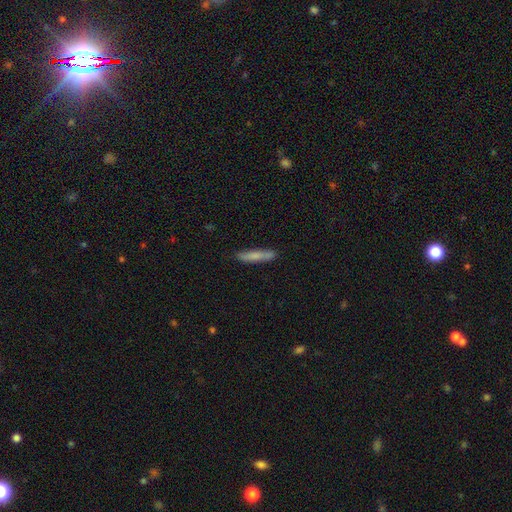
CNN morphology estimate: Smooth or featured? Predicted: smooth (p=0.72). How rounded? Predicted: cigar-shaped (p=0.89). Merging? Predicted: none (p=0.82).